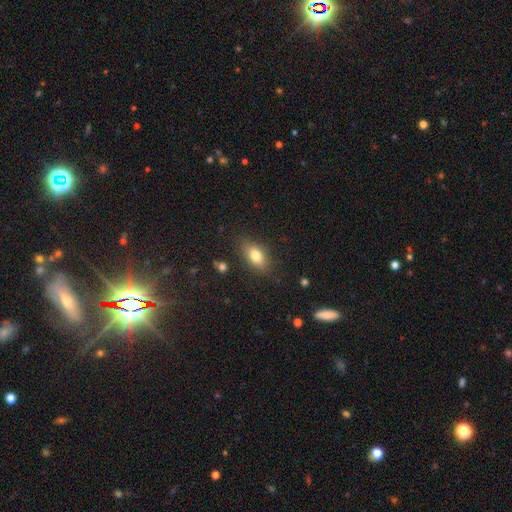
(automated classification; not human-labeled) This is likely a smooth galaxy (79%). How rounded: clearly in between (84%). Merging: clearly none (81%).